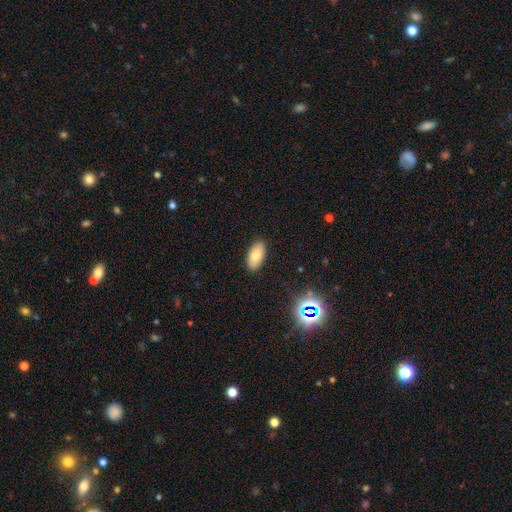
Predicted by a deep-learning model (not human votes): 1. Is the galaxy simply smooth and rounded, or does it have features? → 79% smooth, 12% featured or disk, 9% star or artifact.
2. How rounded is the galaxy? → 92% in between, 6% cigar-shaped, 3% round.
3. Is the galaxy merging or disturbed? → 88% none, 9% minor disturbance, 2% major disturbance, 1% merger.